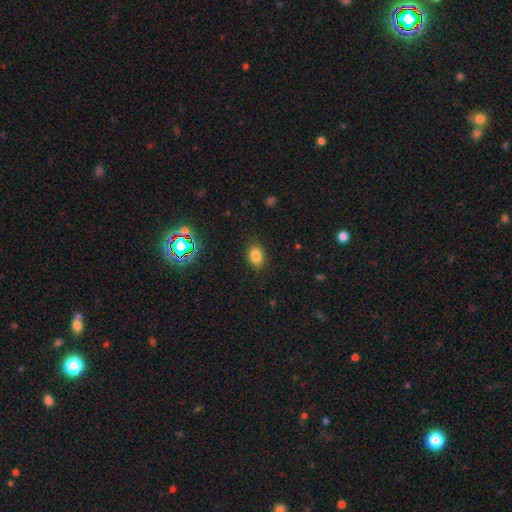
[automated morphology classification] This is clearly a smooth galaxy (81%). How rounded: likely in between (78%). Merging: clearly none (85%).